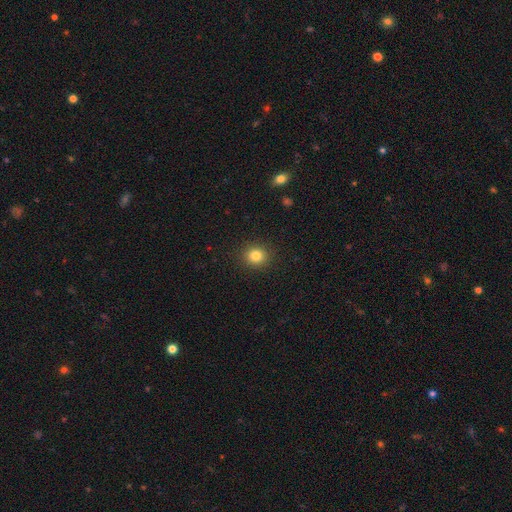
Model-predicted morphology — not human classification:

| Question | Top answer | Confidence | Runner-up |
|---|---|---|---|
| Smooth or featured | smooth | 82% | star or artifact (12%) |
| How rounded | round | 84% | in between (15%) |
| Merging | none | 91% | minor disturbance (6%) |